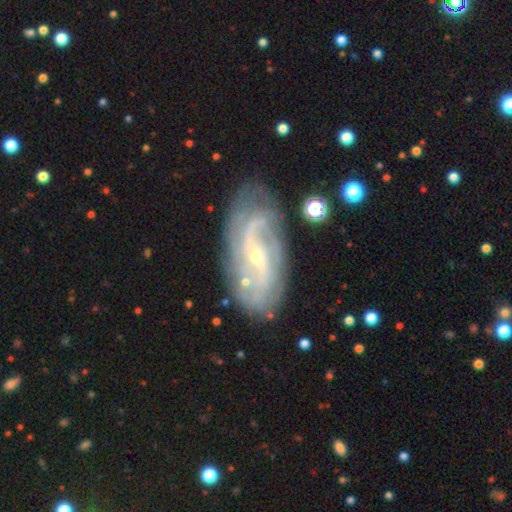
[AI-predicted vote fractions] A featured or disk galaxy (87%) with no bar (42%), 2 (59%) medium (41%) spiral arms (95%) and a small central bulge (81%). Merging: none (75%).